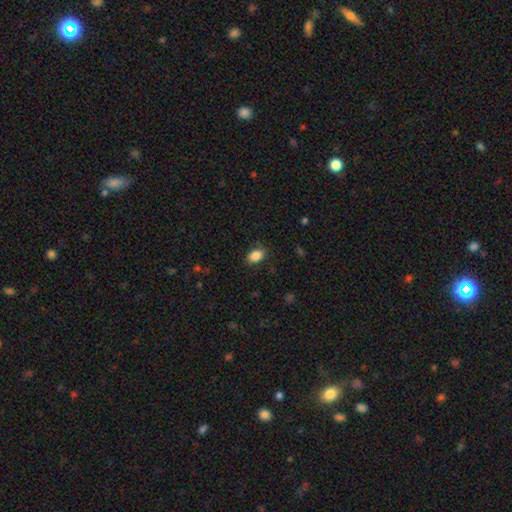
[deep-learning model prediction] Smooth or featured? smooth (86%)
How rounded? in between (86%)
Merging? none (85%)